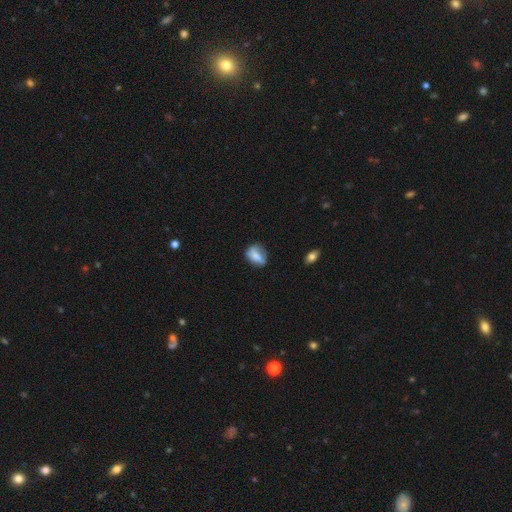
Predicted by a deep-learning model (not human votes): smooth-or-featured: smooth: 69% | featured or disk: 22% | star or artifact: 9%
  how-rounded: in between: 72% | round: 23% | cigar-shaped: 4%
  merging: none: 56% | minor disturbance: 31% | major disturbance: 10% | merger: 3%